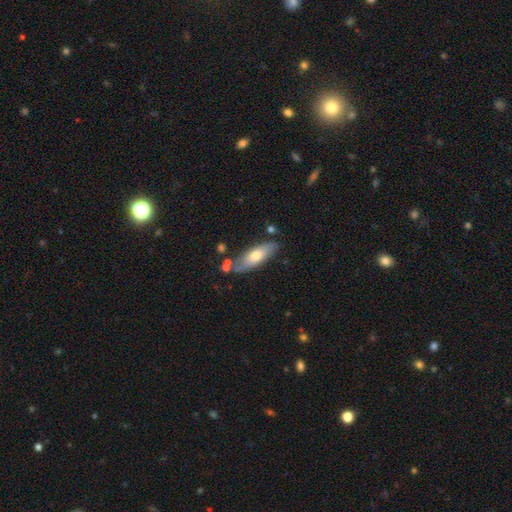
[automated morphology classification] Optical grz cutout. It shows a smooth galaxy with no disk features (60%) that is in between round and cigar-shaped (58%). Merging: none (70%).